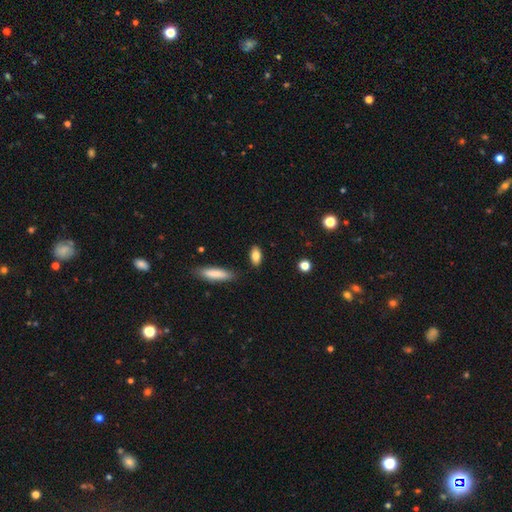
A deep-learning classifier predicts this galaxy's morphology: Smooth or featured: smooth — 83% (featured or disk — 10%)
How rounded: in between — 82% (cigar-shaped — 14%)
Merging: none — 85% (minor disturbance — 10%)